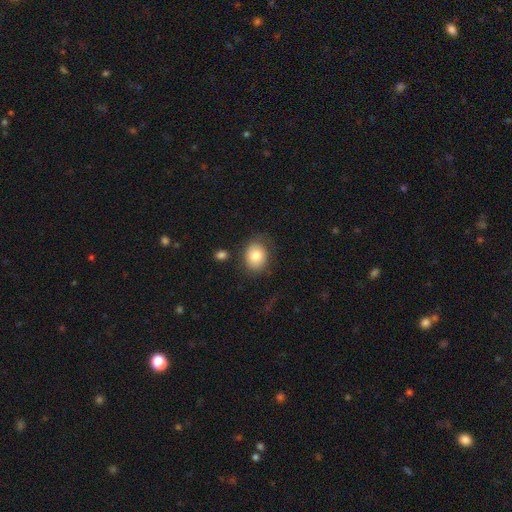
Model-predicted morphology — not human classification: type=smooth (78%); roundness=round (56%); merging=none (74%).